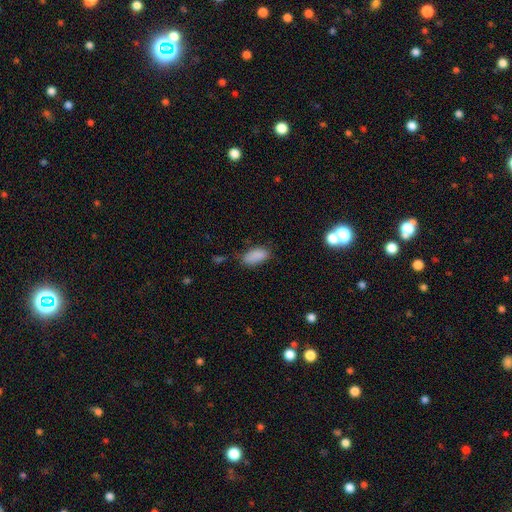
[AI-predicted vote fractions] Smooth or featured? smooth (87%)
How rounded? in between (92%)
Merging? none (70%)